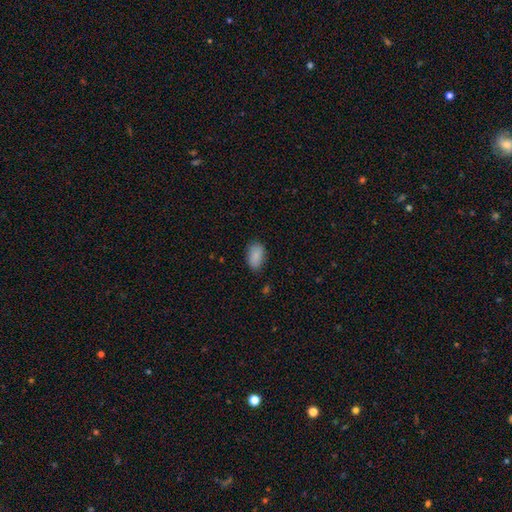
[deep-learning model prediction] Smooth or featured: smooth — 88% (star or artifact — 7%)
How rounded: in between — 91% (round — 7%)
Merging: none — 80% (minor disturbance — 16%)